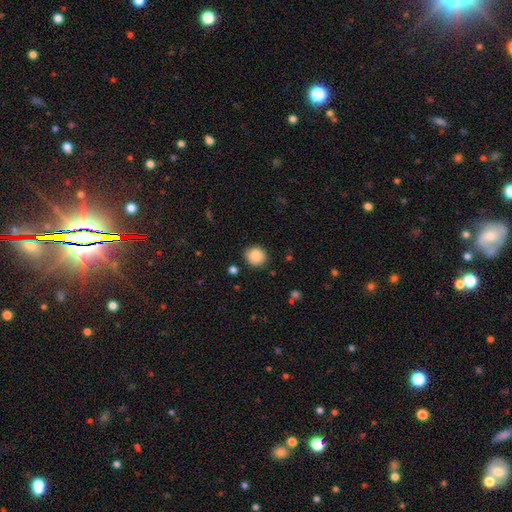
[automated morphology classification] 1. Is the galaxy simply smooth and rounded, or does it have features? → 88% smooth, 8% star or artifact, 4% featured or disk.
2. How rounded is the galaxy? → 87% round, 12% in between, 1% cigar-shaped.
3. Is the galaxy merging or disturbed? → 85% none, 11% minor disturbance, 3% major disturbance, 2% merger.